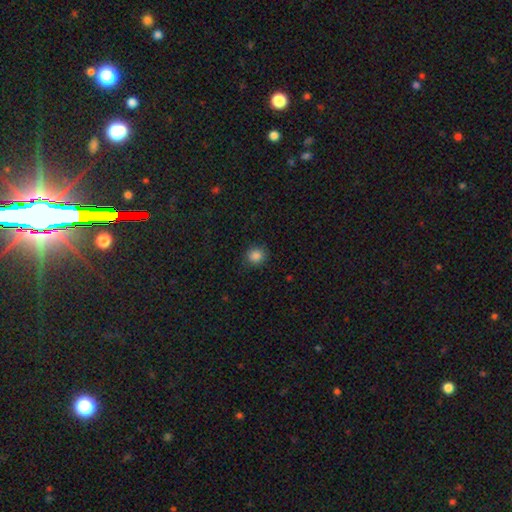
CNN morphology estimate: smooth 85%, star or artifact 11%, featured or disk 3%. Down the decision tree: how rounded — round (84%); merging — none (87%).